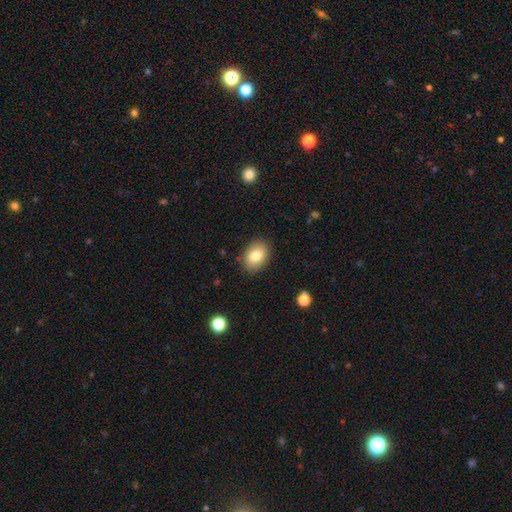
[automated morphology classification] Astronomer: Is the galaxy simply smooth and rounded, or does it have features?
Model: smooth — 81%.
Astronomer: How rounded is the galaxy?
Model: in between — 79%.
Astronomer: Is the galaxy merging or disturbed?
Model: none — 87%.